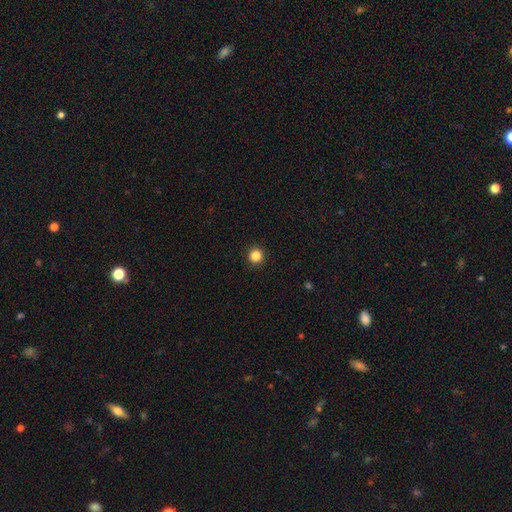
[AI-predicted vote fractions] Smooth or featured: smooth — 85% (star or artifact — 11%)
How rounded: round — 95% (in between — 4%)
Merging: none — 93% (minor disturbance — 4%)